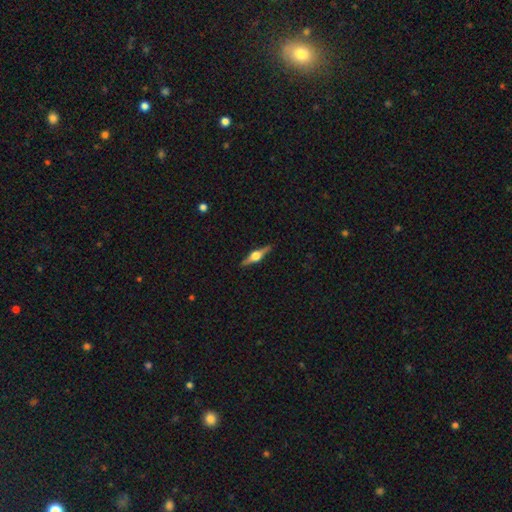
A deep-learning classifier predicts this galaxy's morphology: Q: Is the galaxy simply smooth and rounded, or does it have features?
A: featured or disk — 81%.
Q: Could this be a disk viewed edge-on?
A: yes — 98%.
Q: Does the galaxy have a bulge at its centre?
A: rounded — 94%.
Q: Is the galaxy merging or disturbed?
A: none — 91%.